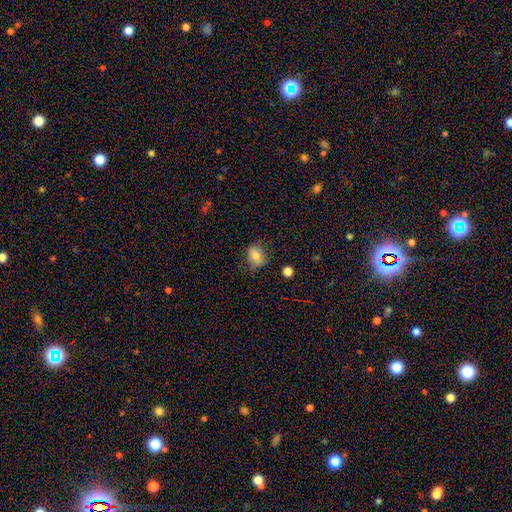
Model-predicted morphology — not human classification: smooth 73%, featured or disk 17%, star or artifact 10%. Down the decision tree: how rounded — in between (69%); merging — none (73%).